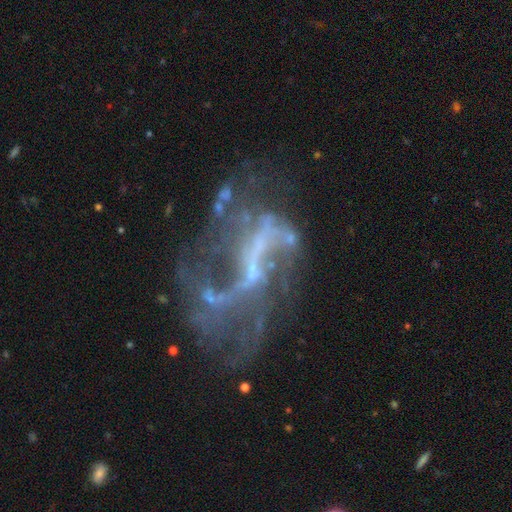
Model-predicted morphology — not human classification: A featured or disk galaxy (80%) with a weak bar (37%), 2 (47%) loose (73%) spiral arms (68%) and no central bulge (47%). Merging: major disturbance (38%).